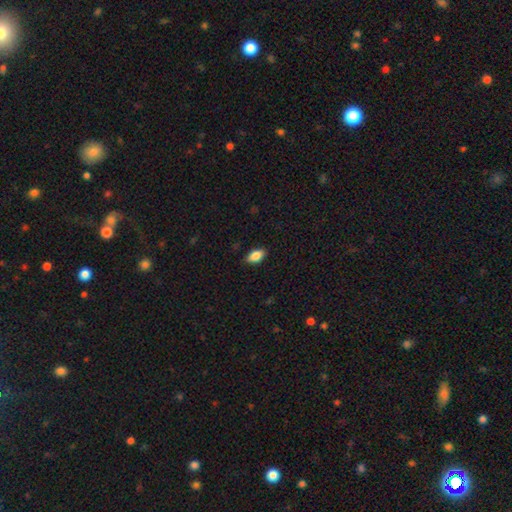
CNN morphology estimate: smooth 85%, star or artifact 8%, featured or disk 7%. Down the decision tree: how rounded — in between (90%); merging — none (86%).